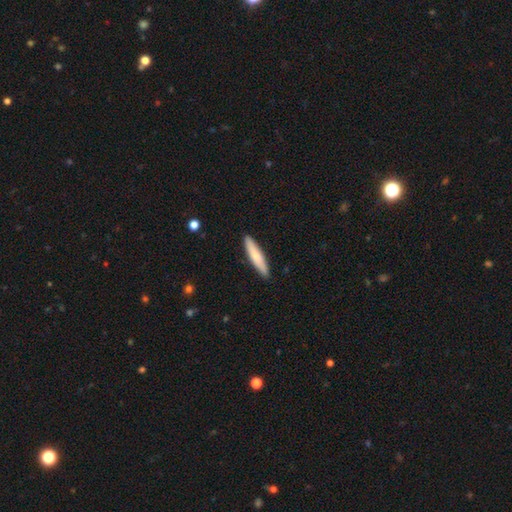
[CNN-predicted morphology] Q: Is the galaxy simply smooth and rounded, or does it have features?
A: smooth — 72%.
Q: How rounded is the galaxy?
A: cigar-shaped — 86%.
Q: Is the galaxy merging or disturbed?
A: none — 90%.